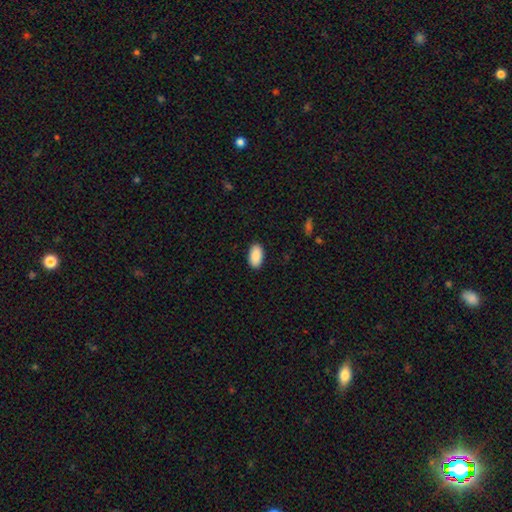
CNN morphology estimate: This is clearly a smooth galaxy (90%). How rounded: clearly in between (95%). Merging: clearly none (90%).